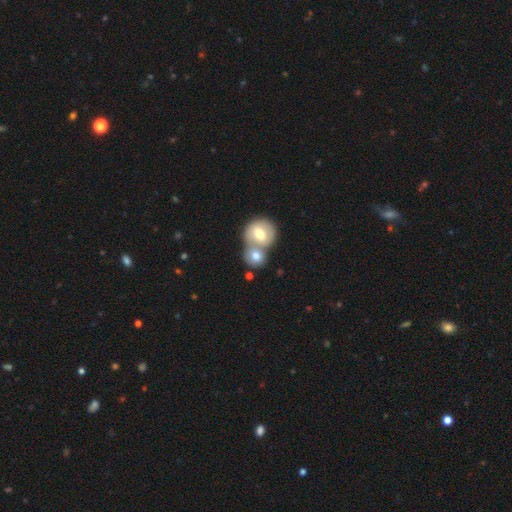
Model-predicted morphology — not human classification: smooth 74%, featured or disk 19%, star or artifact 7%. Down the decision tree: how rounded — round (81%); merging — merger (62%).